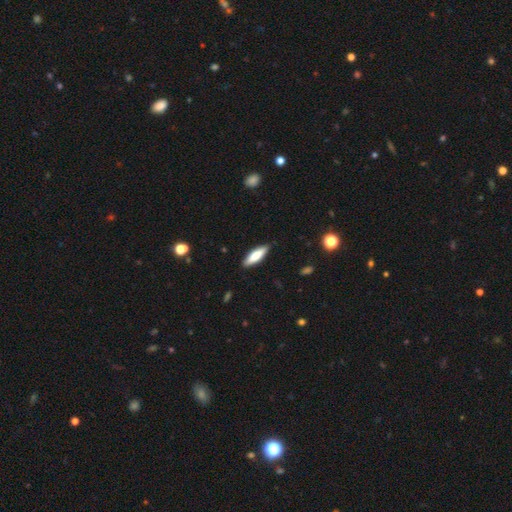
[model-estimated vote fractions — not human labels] This is likely a smooth galaxy (77%). How rounded: possibly cigar-shaped (53%). Merging: clearly none (88%).